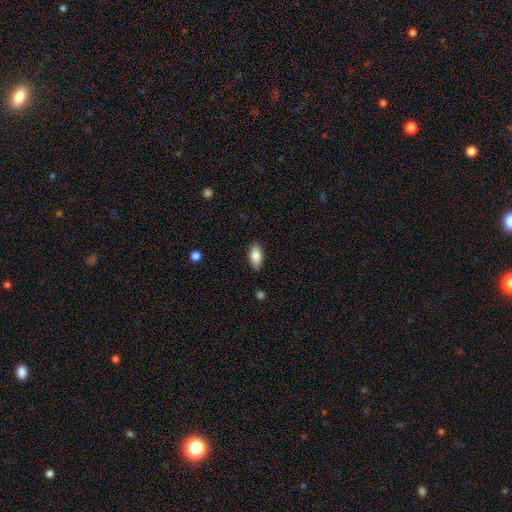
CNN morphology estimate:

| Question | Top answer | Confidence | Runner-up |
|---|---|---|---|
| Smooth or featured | smooth | 84% | featured or disk (9%) |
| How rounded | in between | 89% | cigar-shaped (8%) |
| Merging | none | 84% | minor disturbance (13%) |